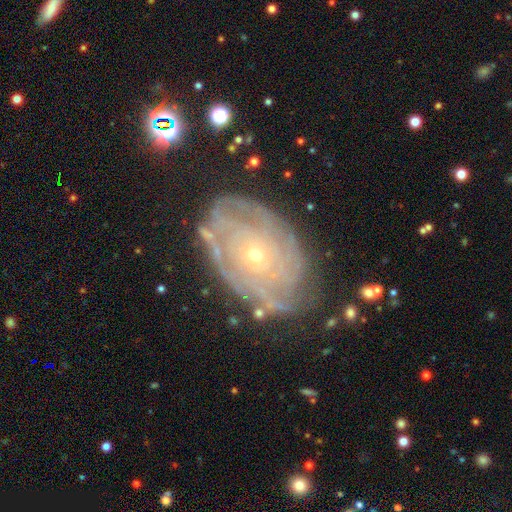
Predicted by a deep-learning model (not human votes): Smooth or featured? featured or disk (82%)
Edge-on disk? no (96%)
Bar? no (84%)
Spiral arms? yes (89%)
Spiral winding? tight (76%)
Spiral arm count? can't tell (40%)
Bulge size? small (78%)
Merging? none (70%)